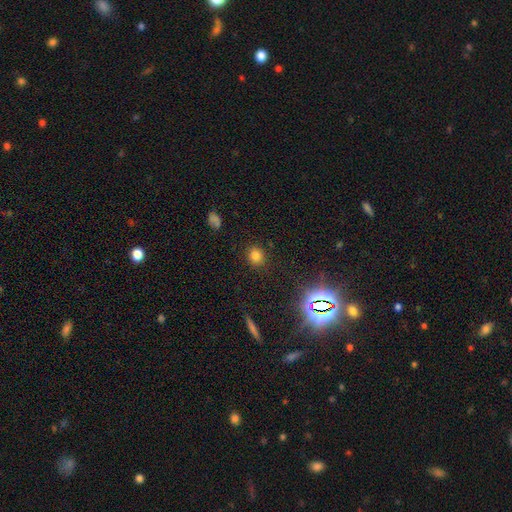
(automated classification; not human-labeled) smooth-or-featured: smooth: 77% | star or artifact: 17% | featured or disk: 6%
  how-rounded: round: 75% | in between: 24% | cigar-shaped: 1%
  merging: none: 87% | minor disturbance: 8% | major disturbance: 3% | merger: 2%